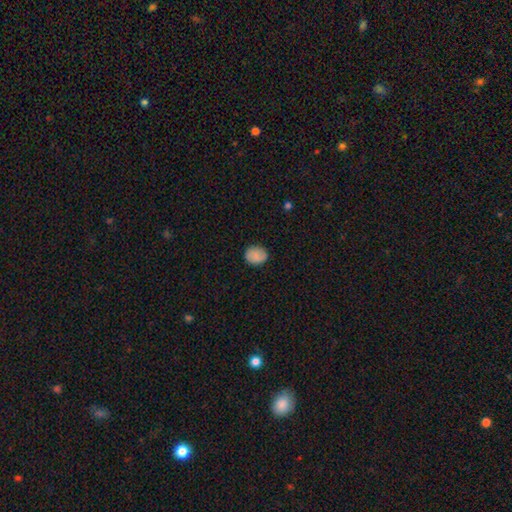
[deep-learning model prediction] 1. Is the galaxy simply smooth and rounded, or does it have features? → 84% smooth, 8% featured or disk, 8% star or artifact.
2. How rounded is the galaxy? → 62% round, 37% in between, 1% cigar-shaped.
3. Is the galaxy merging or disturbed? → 85% none, 12% minor disturbance, 2% major disturbance, 1% merger.